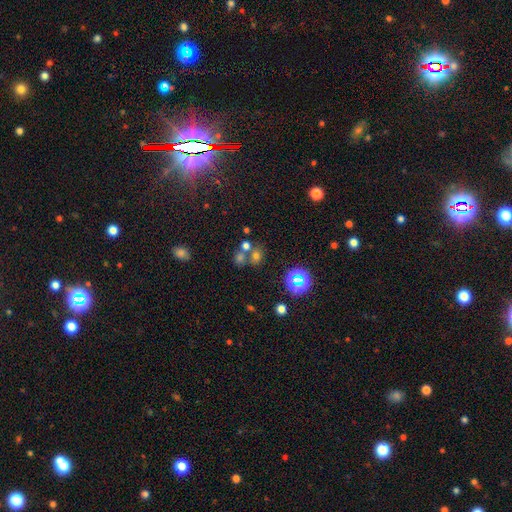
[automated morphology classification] smooth-or-featured: star or artifact: 46% | smooth: 40% | featured or disk: 15%